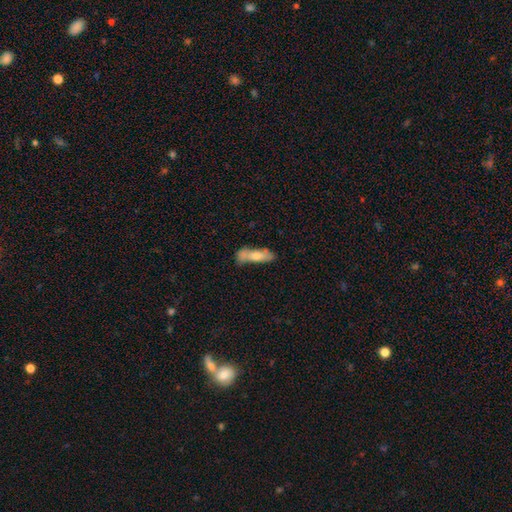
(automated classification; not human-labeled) Smooth or featured?
  - smooth: 68% *
  - featured or disk: 26%
  - star or artifact: 7%
How rounded?
  - cigar-shaped: 54% *
  - in between: 43%
  - round: 2%
Merging?
  - none: 48% *
  - minor disturbance: 25%
  - merger: 17%
  - major disturbance: 10%